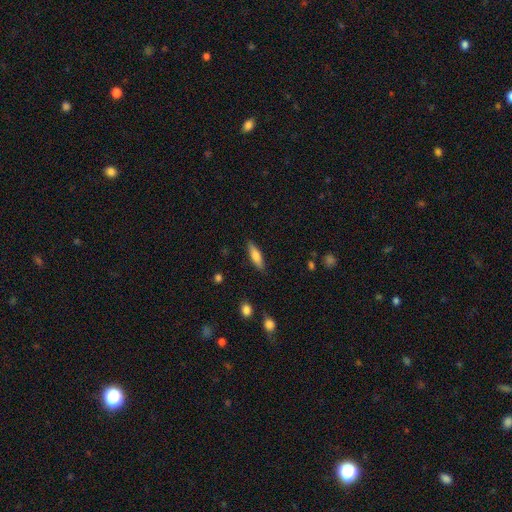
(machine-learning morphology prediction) This is likely a smooth galaxy (70%). How rounded: likely cigar-shaped (61%). Merging: clearly none (86%).